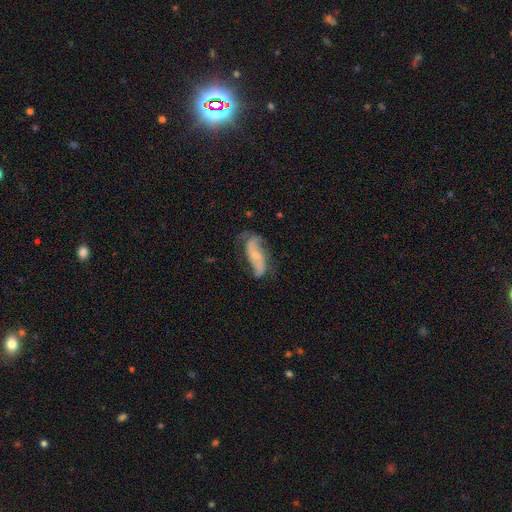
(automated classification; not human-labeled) Smooth or featured: featured or disk — 75% (smooth — 18%)
Edge-on disk: no — 91% (yes — 9%)
Bar: no — 54% (weak — 31%)
Spiral arms: yes — 90% (no — 10%)
Spiral winding: loose — 56% (medium — 31%)
Spiral arm count: 2 — 85% (can't tell — 7%)
Bulge size: small — 64% (moderate — 28%)
Merging: none — 58% (minor disturbance — 26%)